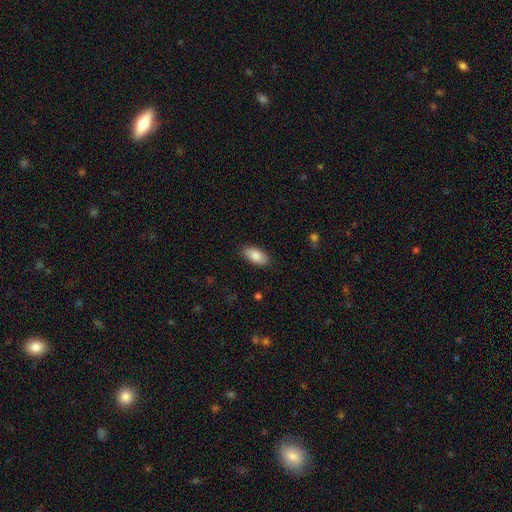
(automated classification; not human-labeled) This appears to be a smooth galaxy with no disk features (86%) that is in between round and cigar-shaped (93%). Merging: none (88%).